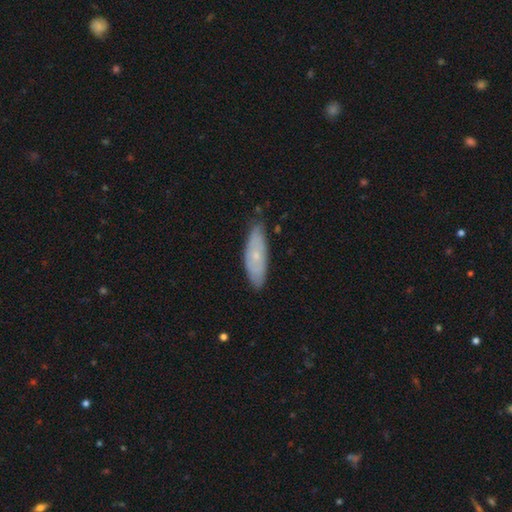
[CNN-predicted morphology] Overall: smooth (48%; featured or disk 45%). Merging: none (75%).